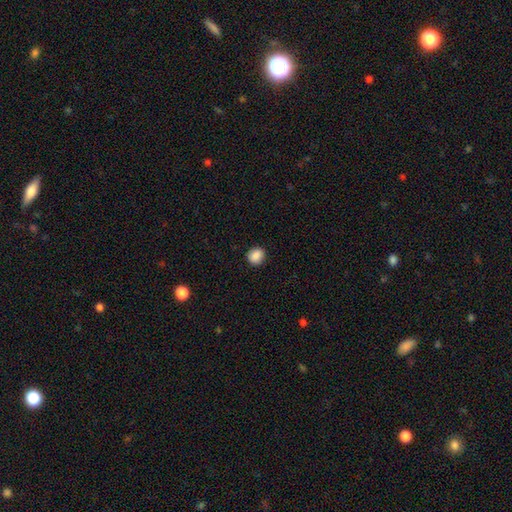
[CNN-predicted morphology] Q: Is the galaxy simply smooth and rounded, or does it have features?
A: smooth — 88%.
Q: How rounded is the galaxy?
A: round — 81%.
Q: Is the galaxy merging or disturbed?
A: none — 90%.